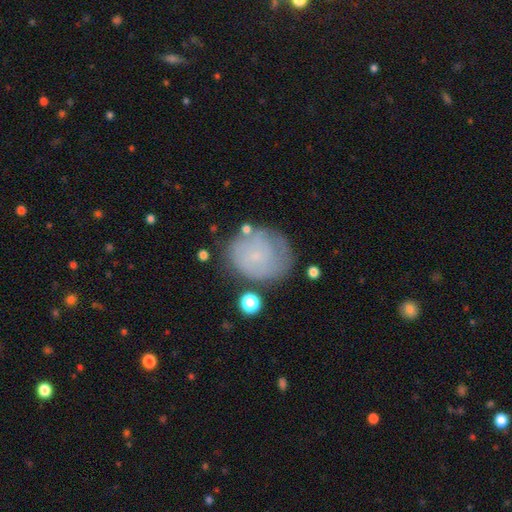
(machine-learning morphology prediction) Overall: smooth (53%; featured or disk 37%). How rounded: round (74%). Merging: none (63%).